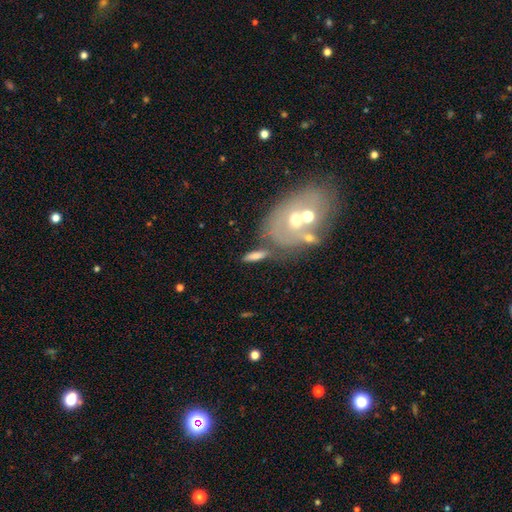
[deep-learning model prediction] A smooth galaxy with no disk features (63%) that is cigar-shaped (47%). Merging: none (57%).